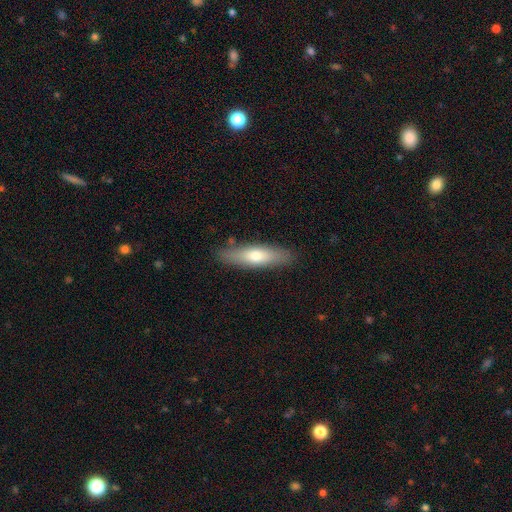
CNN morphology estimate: smooth-or-featured: smooth: 62% | featured or disk: 33% | star or artifact: 6%
  how-rounded: cigar-shaped: 66% | in between: 32% | round: 2%
  merging: none: 85% | minor disturbance: 11% | major disturbance: 2% | merger: 2%